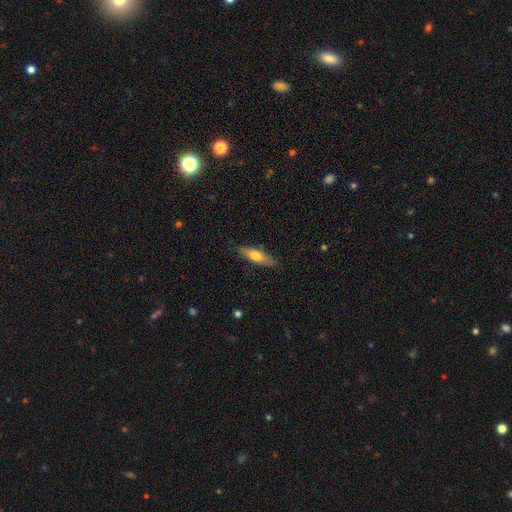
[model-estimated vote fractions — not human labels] smooth-or-featured: smooth: 68% | featured or disk: 26% | star or artifact: 6%
  how-rounded: cigar-shaped: 49% | in between: 48% | round: 2%
  merging: none: 83% | minor disturbance: 13% | major disturbance: 2% | merger: 1%